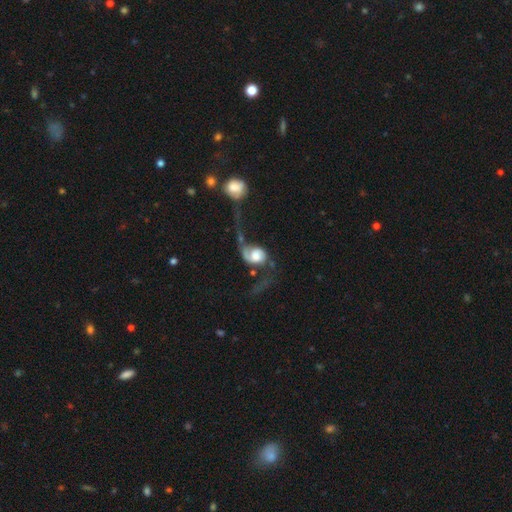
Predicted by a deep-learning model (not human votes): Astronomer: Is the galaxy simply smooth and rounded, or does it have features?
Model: featured or disk — 64%.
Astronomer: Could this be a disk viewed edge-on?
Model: no — 96%.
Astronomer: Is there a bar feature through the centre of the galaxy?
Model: no — 72%.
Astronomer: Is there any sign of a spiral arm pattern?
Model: yes — 84%.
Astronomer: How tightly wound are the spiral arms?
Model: loose — 76%.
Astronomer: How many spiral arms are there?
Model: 2 — 62%.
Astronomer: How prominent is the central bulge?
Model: large — 43% (runner-up: moderate, 23%).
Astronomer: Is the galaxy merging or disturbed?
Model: major disturbance — 44% (runner-up: merger, 27%).